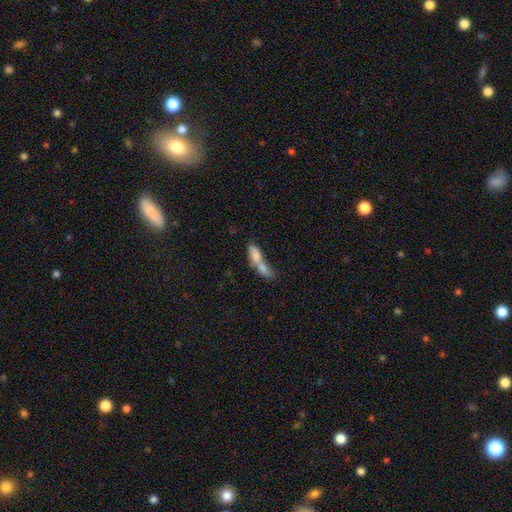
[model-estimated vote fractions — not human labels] This is likely a smooth galaxy (73%). How rounded: likely in between (64%). Merging: likely merger (73%).